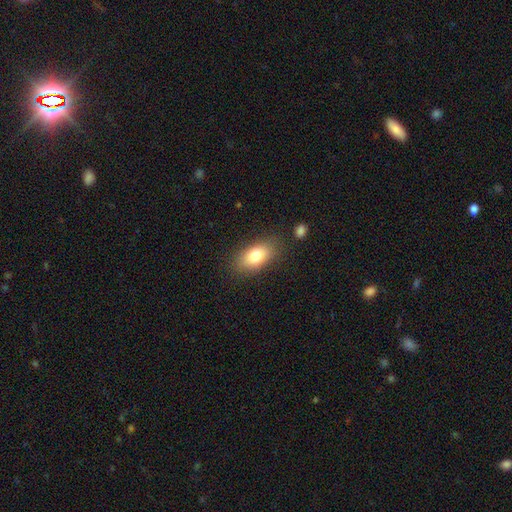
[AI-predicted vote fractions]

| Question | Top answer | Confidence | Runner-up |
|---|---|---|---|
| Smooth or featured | smooth | 79% | featured or disk (13%) |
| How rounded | in between | 88% | round (7%) |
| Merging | none | 82% | minor disturbance (12%) |